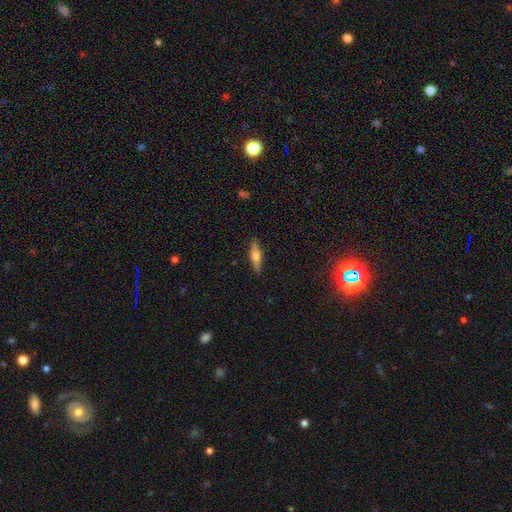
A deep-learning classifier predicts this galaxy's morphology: smooth_or_featured: smooth (p=0.51) [alt: featured or disk p=0.42]
how_rounded: cigar-shaped (p=0.66) [alt: in between p=0.31]
merging: none (p=0.88) [alt: minor disturbance p=0.09]